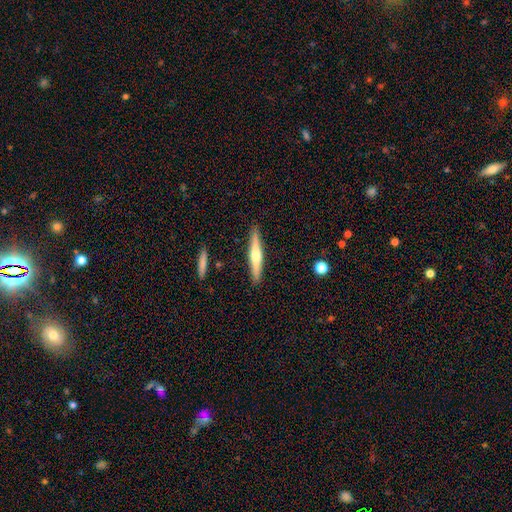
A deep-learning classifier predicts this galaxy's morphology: This is possibly a featured or disk galaxy (59%). It is clearly viewed edge-on (97%). Edge-on bulge: clearly rounded (86%). Merging: clearly none (90%).